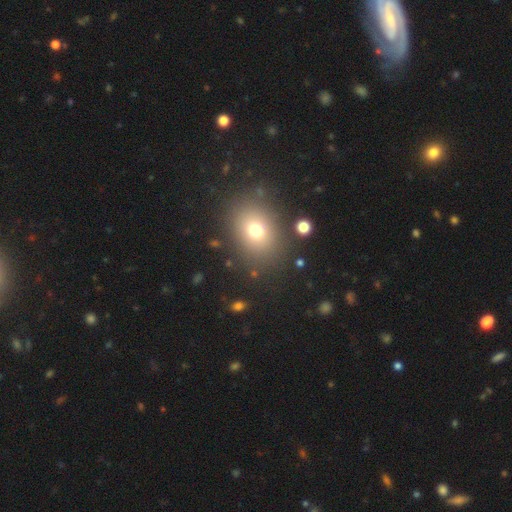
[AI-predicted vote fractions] A smooth galaxy with no disk features (67%) that is round (51%). Merging: none (87%).